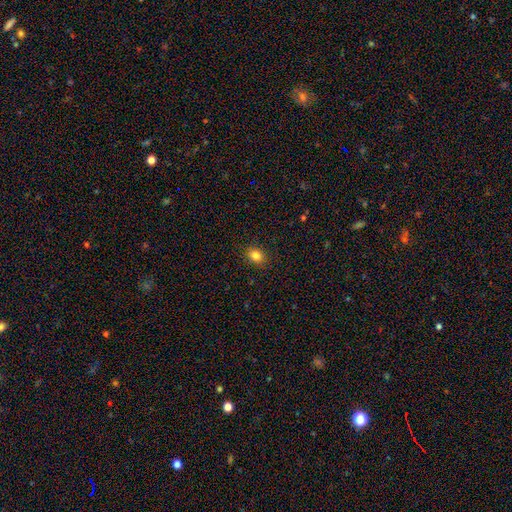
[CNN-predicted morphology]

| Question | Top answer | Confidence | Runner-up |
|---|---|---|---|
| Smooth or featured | smooth | 83% | star or artifact (12%) |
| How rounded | in between | 53% | round (46%) |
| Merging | none | 89% | minor disturbance (8%) |